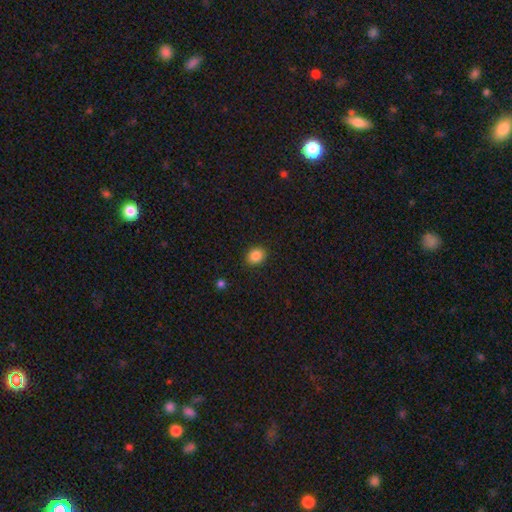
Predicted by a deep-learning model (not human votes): A smooth galaxy with no disk features (87%) that is round (62%). Merging: none (89%).